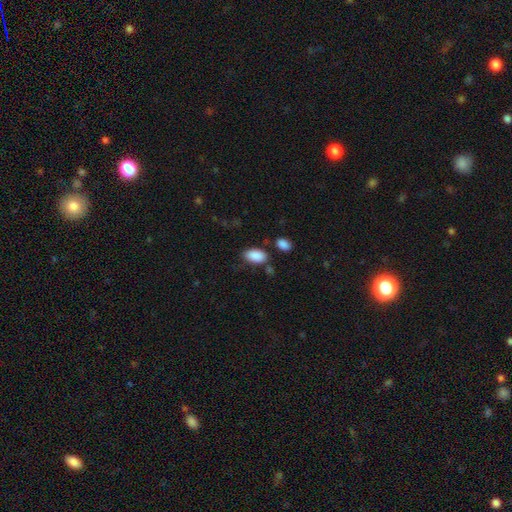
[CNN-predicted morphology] A smooth galaxy with no disk features (89%) that is in between round and cigar-shaped (93%).

Vote fractions:
- Smooth or featured? smooth: 89% / star or artifact: 7% / featured or disk: 4%
- How rounded? in between: 93% / round: 5% / cigar-shaped: 2%
- Merging? none: 72% / minor disturbance: 16% / merger: 8% / major disturbance: 4%